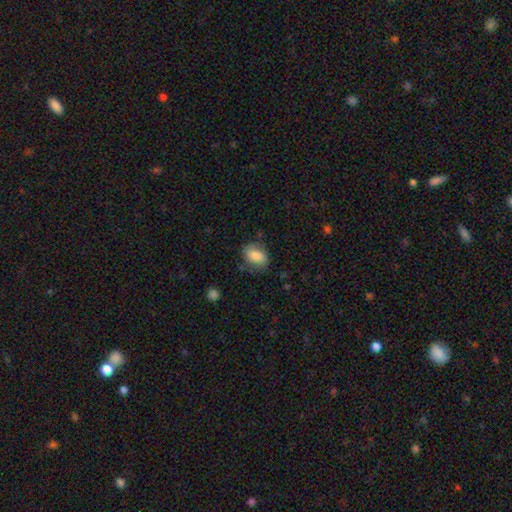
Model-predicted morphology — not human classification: smooth-or-featured: smooth: 83% | featured or disk: 9% | star or artifact: 8%
  how-rounded: in between: 77% | round: 21% | cigar-shaped: 2%
  merging: none: 74% | minor disturbance: 19% | major disturbance: 5% | merger: 2%